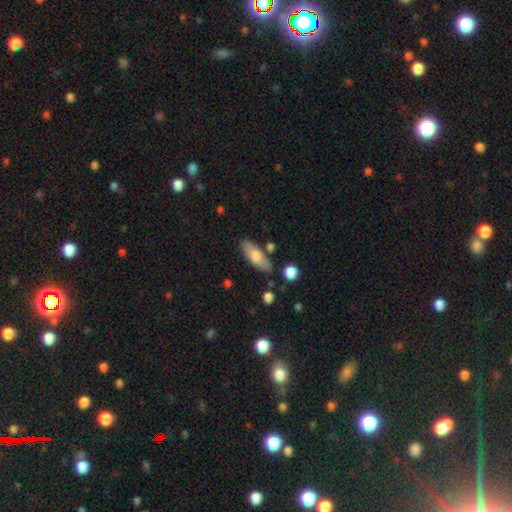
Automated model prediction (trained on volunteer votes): This appears to be a smooth galaxy with no disk features (72%) that is in between round and cigar-shaped (70%). Merging: none (80%).